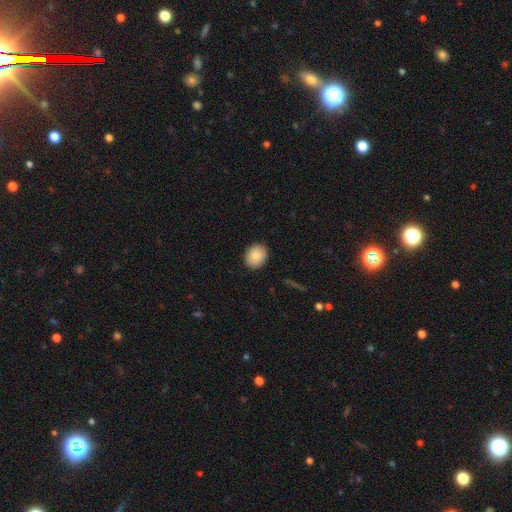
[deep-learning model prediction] smooth 86%, star or artifact 7%, featured or disk 7%. Down the decision tree: how rounded — round (58%); merging — none (90%).